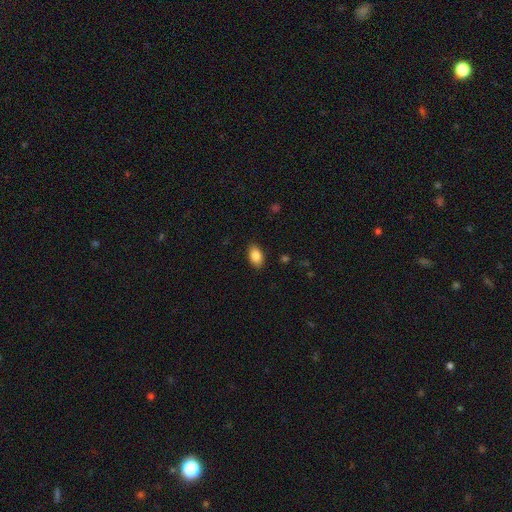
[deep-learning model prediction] A smooth galaxy with no disk features (86%) that is in between round and cigar-shaped (91%).

Vote fractions:
- Smooth or featured? smooth: 86% / star or artifact: 7% / featured or disk: 7%
- How rounded? in between: 91% / round: 7% / cigar-shaped: 2%
- Merging? none: 87% / minor disturbance: 9% / major disturbance: 2% / merger: 1%